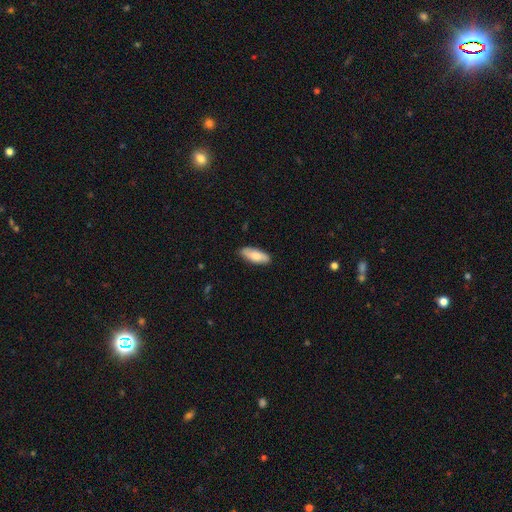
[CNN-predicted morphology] This is likely a smooth galaxy (76%). How rounded: likely in between (73%). Merging: clearly none (86%).